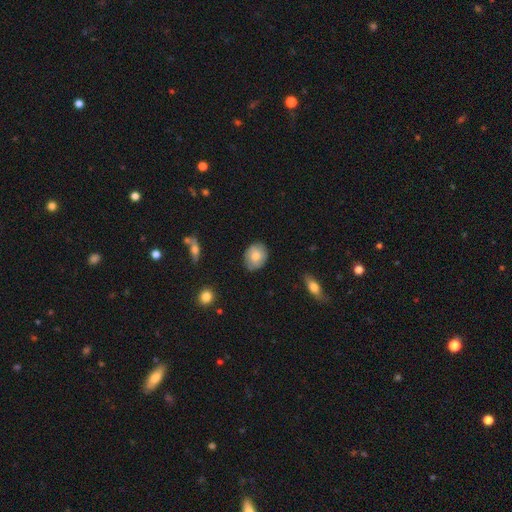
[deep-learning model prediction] This is likely a smooth galaxy (71%). How rounded: possibly in between (53%). Merging: clearly none (81%).